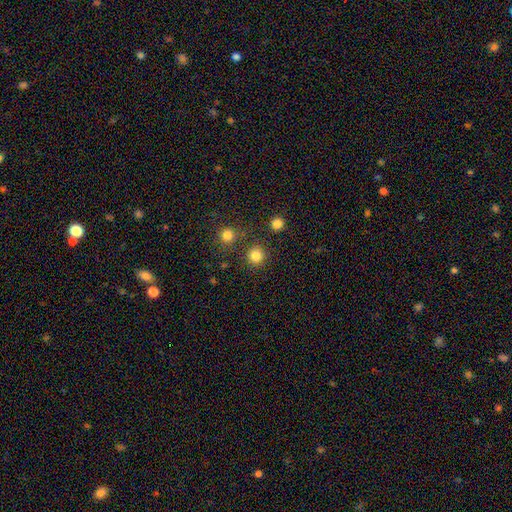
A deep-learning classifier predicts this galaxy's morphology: This appears to be a smooth galaxy with no disk features (83%) that is round (94%). Merging: none (86%).